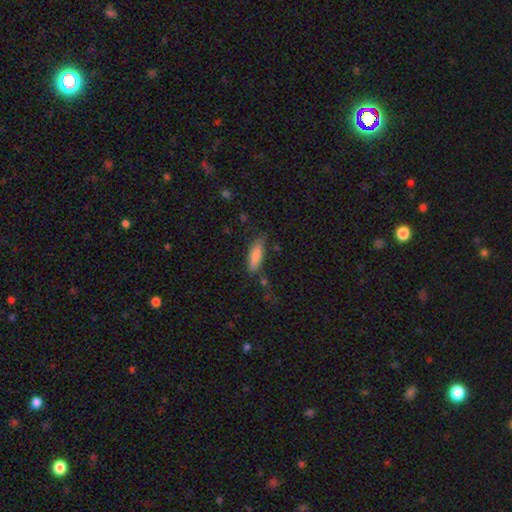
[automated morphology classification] smooth 81%, featured or disk 12%, star or artifact 7%. Down the decision tree: how rounded — in between (50%); merging — none (66%).